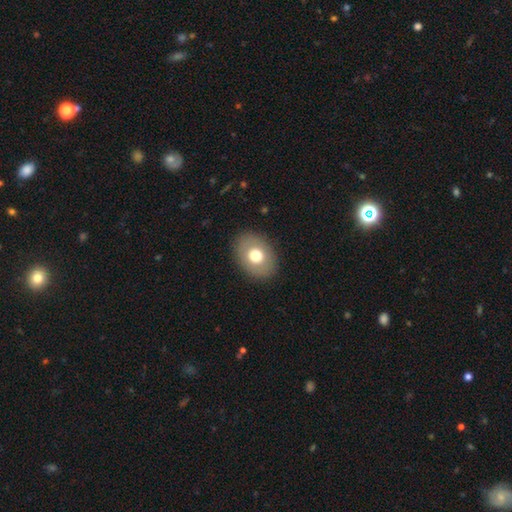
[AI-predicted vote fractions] Q: Smooth or featured?
A: smooth (70%); runner-up: featured or disk (22%)
Q: How rounded?
A: in between (66%); runner-up: round (34%)
Q: Merging?
A: none (88%); runner-up: minor disturbance (8%)